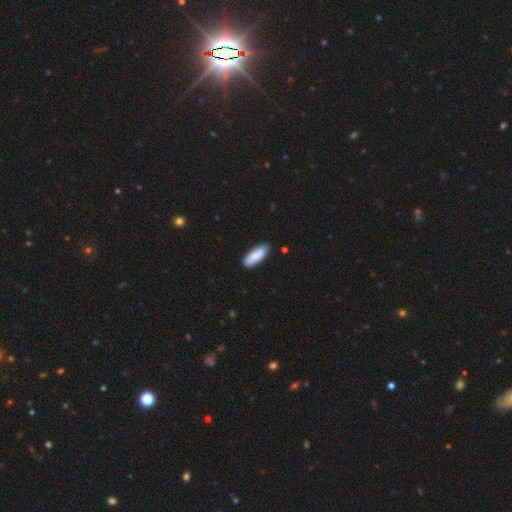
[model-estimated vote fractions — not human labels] The model was most divided on "how rounded": in between: 66%, cigar-shaped: 33%, round: 1%. More confident: smooth or featured — smooth (88%); merging — none (87%).